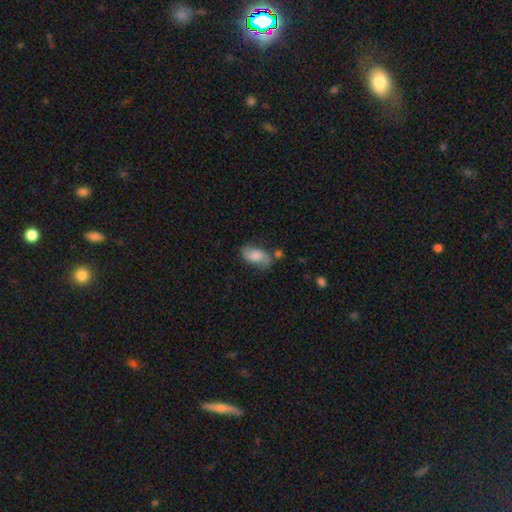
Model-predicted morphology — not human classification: Smooth or featured: smooth — 48% (featured or disk — 44%)
Merging: none — 58% (minor disturbance — 24%)